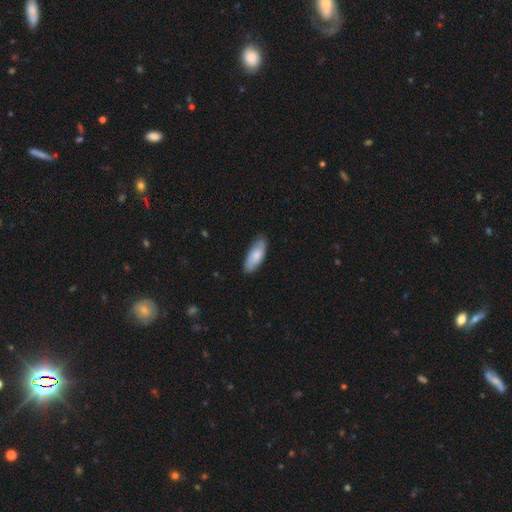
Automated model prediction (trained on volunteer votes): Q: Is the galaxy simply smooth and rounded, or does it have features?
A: smooth — 76%.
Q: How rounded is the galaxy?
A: in between — 77%.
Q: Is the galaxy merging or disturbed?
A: none — 77%.